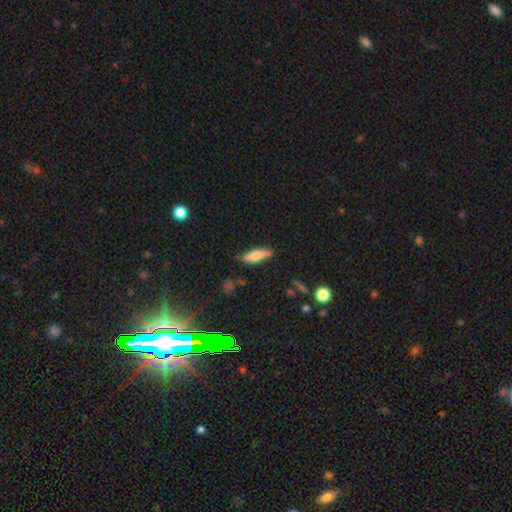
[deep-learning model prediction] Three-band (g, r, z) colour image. It shows a smooth galaxy with no disk features (71%) that is cigar-shaped (56%). Merging: none (79%).